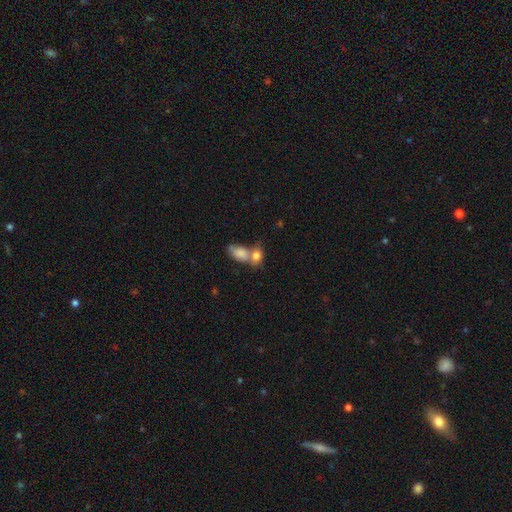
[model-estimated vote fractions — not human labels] Smooth or featured? smooth (78%)
How rounded? in between (76%)
Merging? merger (61%)